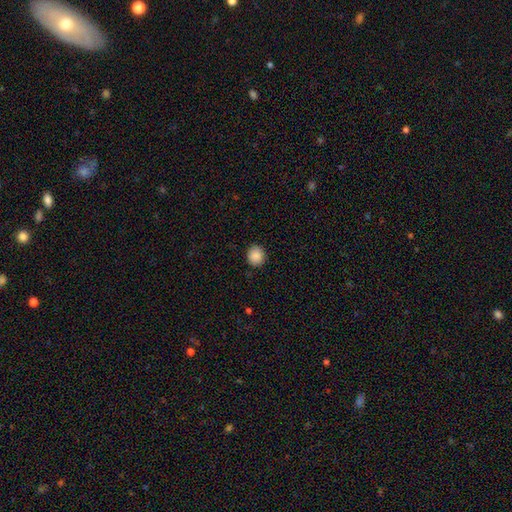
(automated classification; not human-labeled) Smooth or featured?
  - smooth: 89% *
  - star or artifact: 9%
  - featured or disk: 3%
How rounded?
  - round: 85% *
  - in between: 14%
  - cigar-shaped: 1%
Merging?
  - none: 90% *
  - minor disturbance: 7%
  - major disturbance: 2%
  - merger: 1%